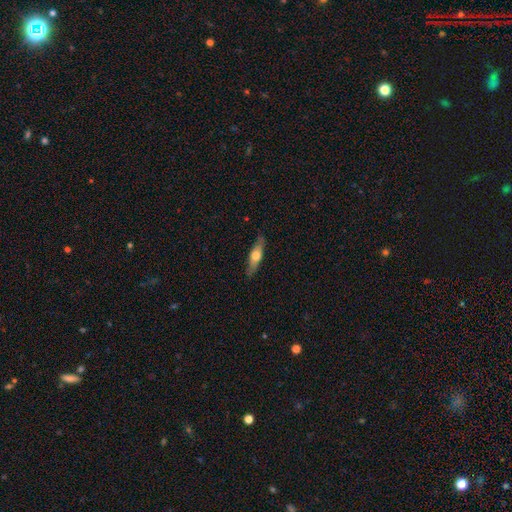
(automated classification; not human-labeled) featured or disk 48%, smooth 46%, star or artifact 6%. Down the decision tree: merging — none (85%).